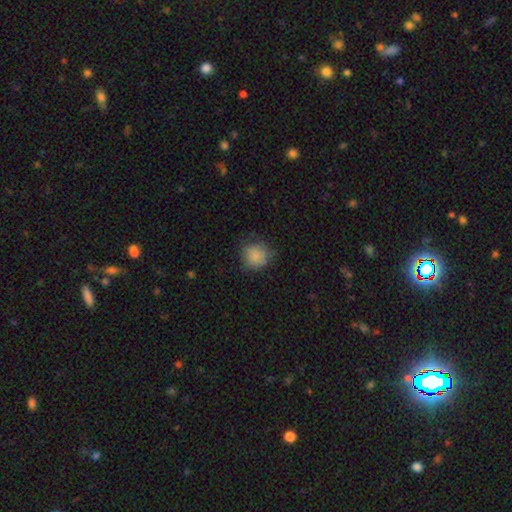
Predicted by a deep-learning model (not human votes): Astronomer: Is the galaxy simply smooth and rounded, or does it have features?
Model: smooth — 83%.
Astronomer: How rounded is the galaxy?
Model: round — 88%.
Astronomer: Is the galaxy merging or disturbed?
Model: none — 69%.